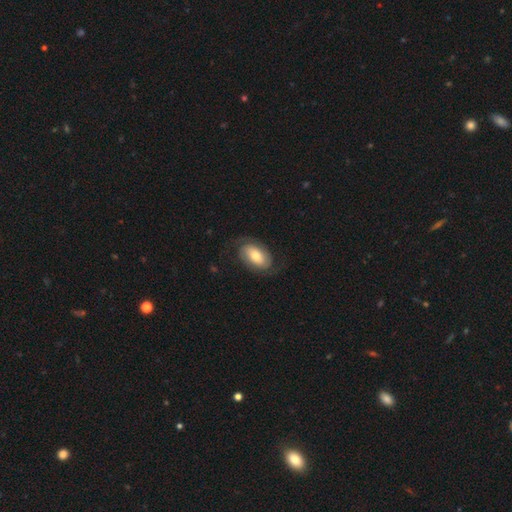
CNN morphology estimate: smooth-or-featured: featured or disk: 57% | smooth: 37% | star or artifact: 6%
  disk-edge-on: no: 95% | yes: 5%
    bar: no: 59% | weak: 27% | strong: 14%
    has-spiral-arms: yes: 85% | no: 15%
    bulge-size: moderate: 59% | small: 25% | large: 12% | dominant: 3% | none: 2%
  merging: none: 72% | minor disturbance: 16% | major disturbance: 10% | merger: 1%